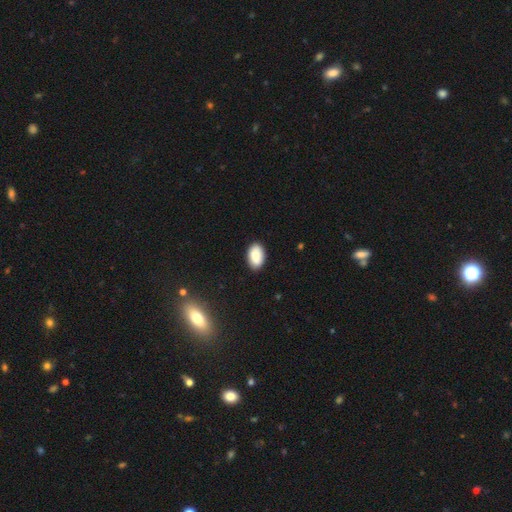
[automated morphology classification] Q: Smooth or featured?
A: smooth (89%); runner-up: star or artifact (7%)
Q: How rounded?
A: in between (93%); runner-up: round (6%)
Q: Merging?
A: none (88%); runner-up: minor disturbance (9%)